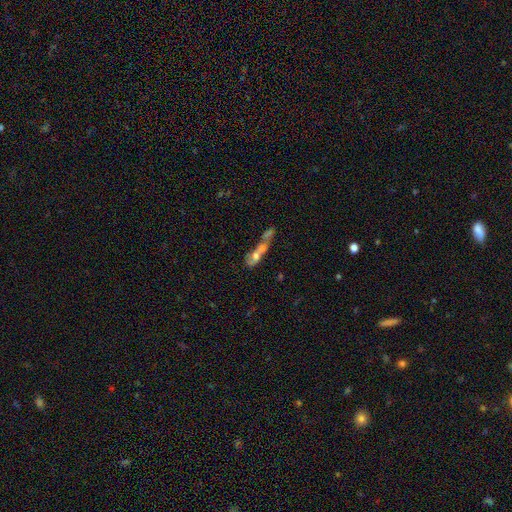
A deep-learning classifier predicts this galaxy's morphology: Smooth or featured? smooth (49%)
Merging? merger (68%)